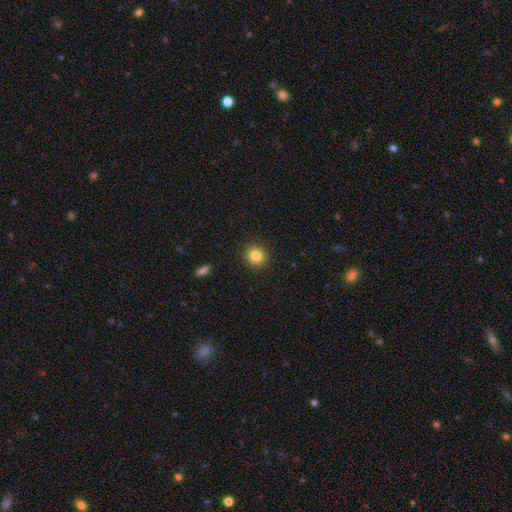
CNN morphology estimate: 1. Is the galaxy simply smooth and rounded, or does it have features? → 83% smooth, 11% star or artifact, 6% featured or disk.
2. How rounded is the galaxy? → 89% round, 10% in between, 1% cigar-shaped.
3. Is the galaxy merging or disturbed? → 91% none, 6% minor disturbance, 2% major disturbance, 1% merger.